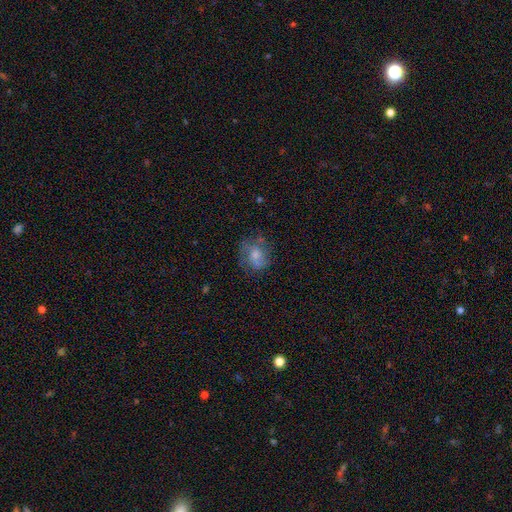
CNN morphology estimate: Smooth or featured? smooth (52%)
How rounded? round (61%)
Merging? none (60%)